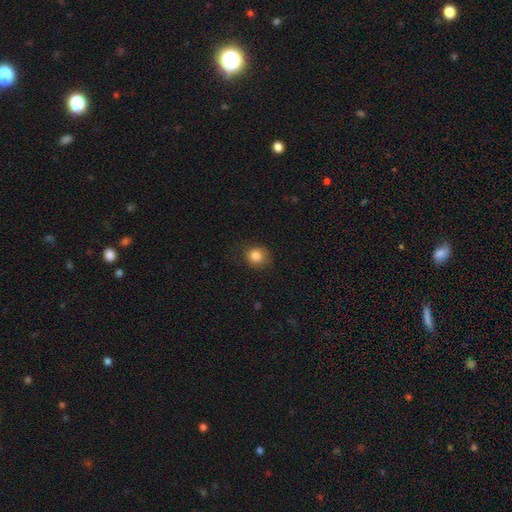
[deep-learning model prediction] This appears to be a smooth galaxy with no disk features (85%) that is round (82%). Merging: none (76%).